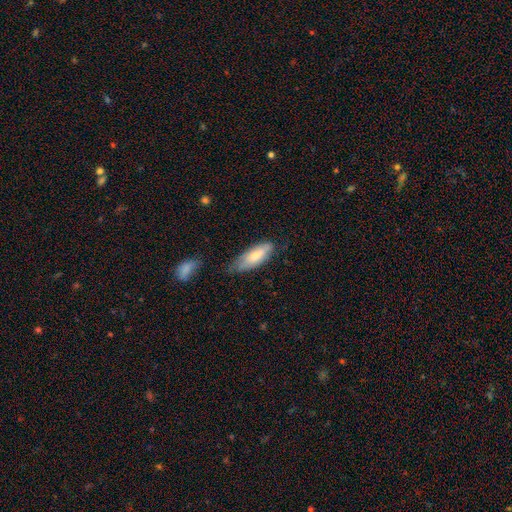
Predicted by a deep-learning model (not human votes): Smooth or featured: smooth — 71% (featured or disk — 23%)
How rounded: in between — 70% (cigar-shaped — 28%)
Merging: none — 58% (minor disturbance — 32%)